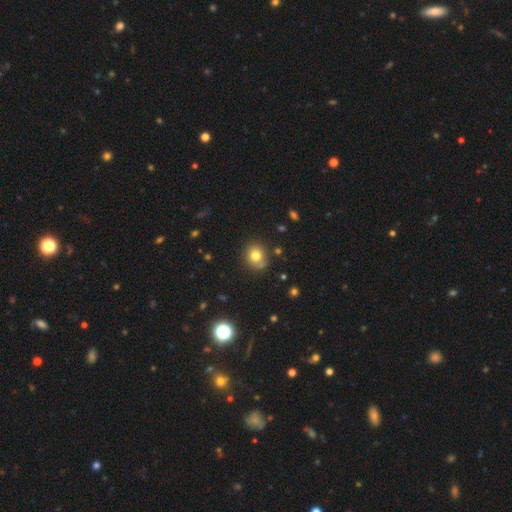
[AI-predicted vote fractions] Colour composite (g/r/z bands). It shows a smooth galaxy with no disk features (77%) that is round (75%). Merging: none (76%).